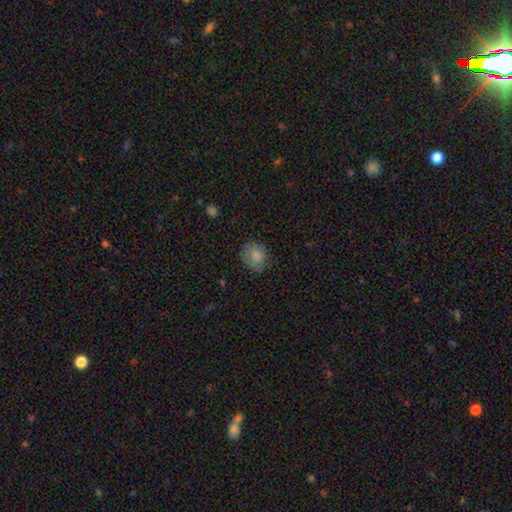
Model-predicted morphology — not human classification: smooth-or-featured: smooth: 82% | featured or disk: 9% | star or artifact: 9%
  how-rounded: round: 63% | in between: 36% | cigar-shaped: 1%
  merging: none: 69% | minor disturbance: 24% | major disturbance: 7% | merger: 1%